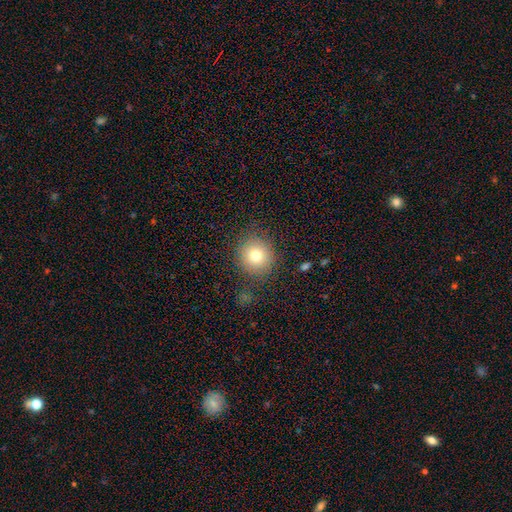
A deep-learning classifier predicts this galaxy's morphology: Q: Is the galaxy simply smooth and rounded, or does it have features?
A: smooth — 76%.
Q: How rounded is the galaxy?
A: round — 89%.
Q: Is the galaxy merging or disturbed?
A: none — 84%.